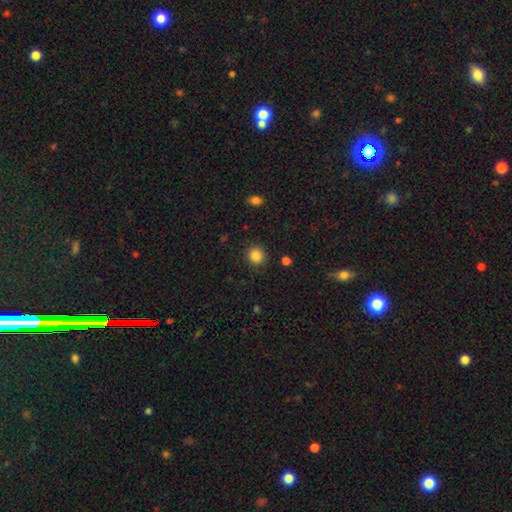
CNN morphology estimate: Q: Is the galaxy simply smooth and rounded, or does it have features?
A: smooth — 86%.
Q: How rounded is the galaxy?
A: round — 89%.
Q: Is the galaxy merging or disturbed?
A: none — 89%.